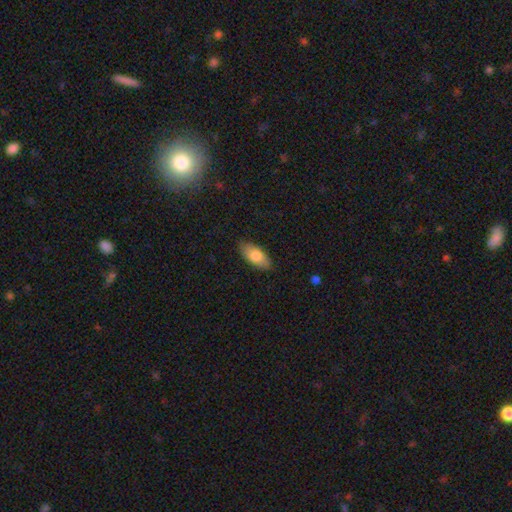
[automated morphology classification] Smooth or featured? Predicted: smooth (p=0.79). How rounded? Predicted: in between (p=0.89). Merging? Predicted: none (p=0.84).